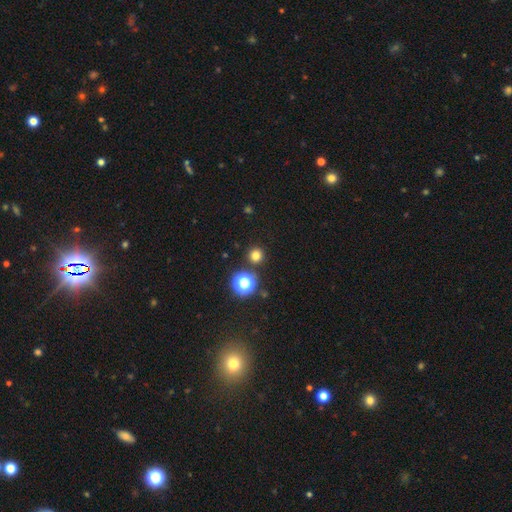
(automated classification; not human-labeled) A smooth galaxy with no disk features (77%) that is round (95%).

Vote fractions:
- Smooth or featured? smooth: 77% / star or artifact: 19% / featured or disk: 5%
- How rounded? round: 95% / in between: 4% / cigar-shaped: 1%
- Merging? none: 90% / minor disturbance: 5% / merger: 3% / major disturbance: 2%